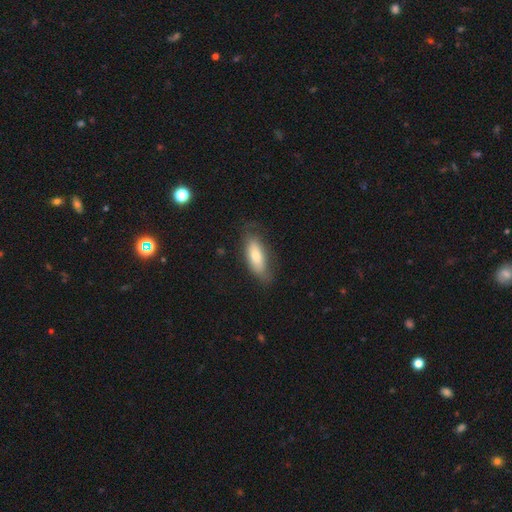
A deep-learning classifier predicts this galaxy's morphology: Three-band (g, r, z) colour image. It shows a smooth galaxy with no disk features (68%) that is in between round and cigar-shaped (71%). Merging: none (67%).